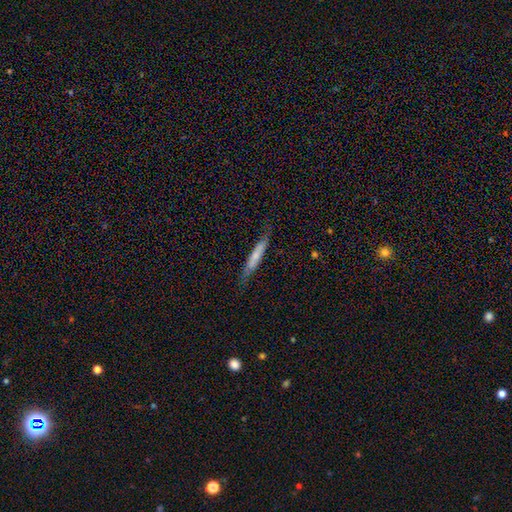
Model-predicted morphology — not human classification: Q: Smooth or featured?
A: smooth (58%); runner-up: featured or disk (36%)
Q: How rounded?
A: cigar-shaped (91%); runner-up: in between (7%)
Q: Merging?
A: none (77%); runner-up: minor disturbance (17%)